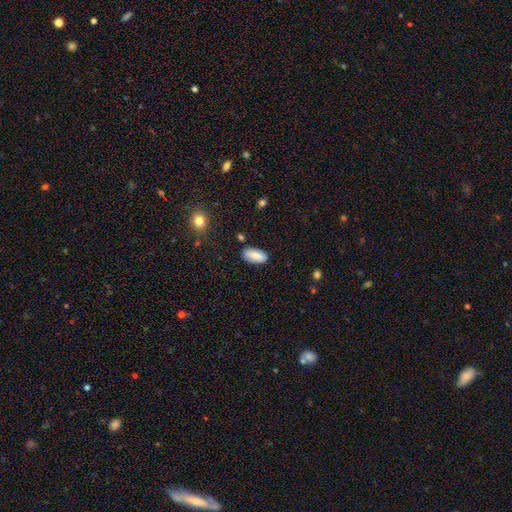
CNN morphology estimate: smooth_or_featured: smooth (p=0.78) [alt: featured or disk p=0.15]
how_rounded: in between (p=0.91) [alt: cigar-shaped p=0.06]
merging: none (p=0.83) [alt: minor disturbance p=0.13]